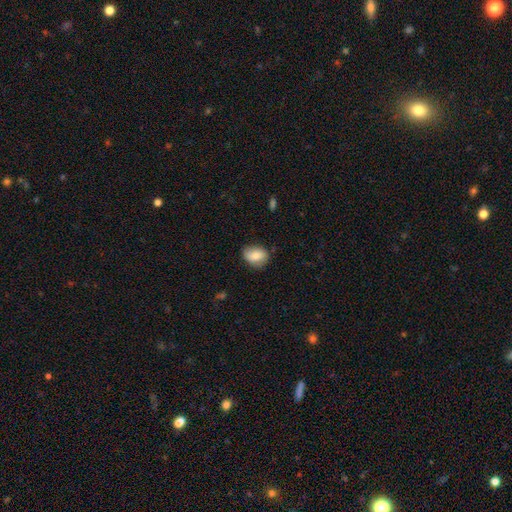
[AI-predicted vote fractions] smooth 78%, featured or disk 15%, star or artifact 8%. Down the decision tree: how rounded — in between (68%); merging — none (72%).